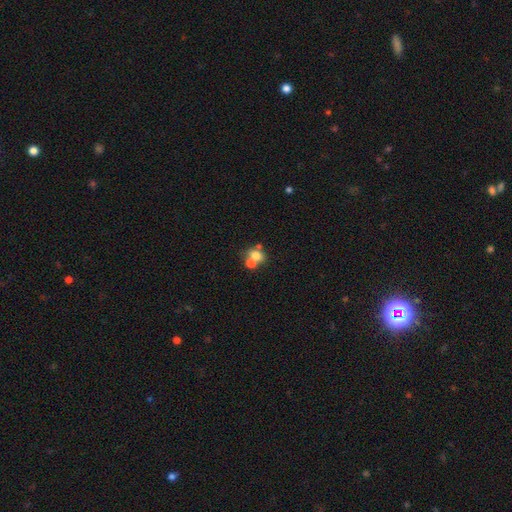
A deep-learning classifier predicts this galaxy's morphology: Smooth or featured? Predicted: smooth (p=0.69). How rounded? Predicted: in between (p=0.56). Merging? Predicted: merger (p=0.54).